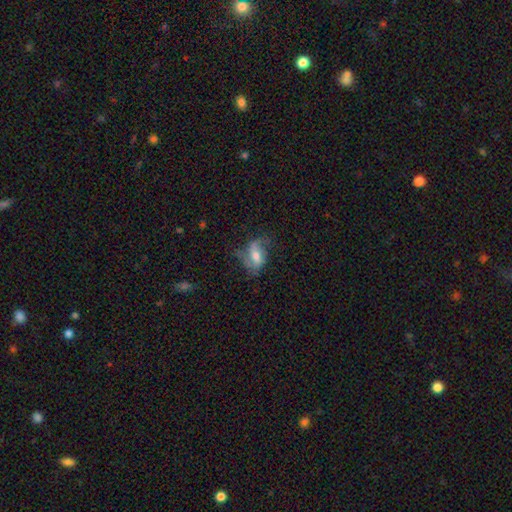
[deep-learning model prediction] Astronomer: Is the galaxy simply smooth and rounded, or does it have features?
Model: featured or disk — 57% (runner-up: smooth, 34%).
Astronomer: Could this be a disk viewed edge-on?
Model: no — 95%.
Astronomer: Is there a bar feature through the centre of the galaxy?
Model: weak — 44% (runner-up: no, 33%).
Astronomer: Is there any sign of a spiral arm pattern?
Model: yes — 83%.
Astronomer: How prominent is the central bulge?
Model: moderate — 59%.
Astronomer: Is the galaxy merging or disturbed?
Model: none — 49% (runner-up: minor disturbance, 27%).